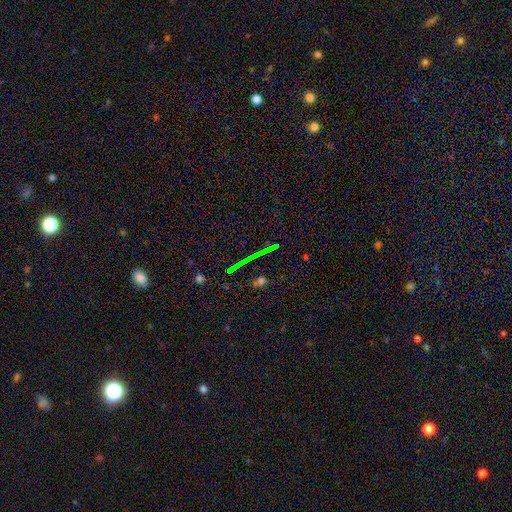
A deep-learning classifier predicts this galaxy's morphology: Smooth or featured: star or artifact — 62% (featured or disk — 23%)